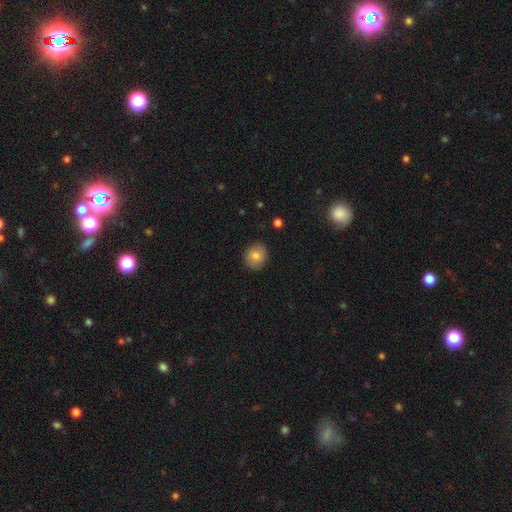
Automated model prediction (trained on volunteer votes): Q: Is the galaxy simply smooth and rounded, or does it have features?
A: smooth — 81%.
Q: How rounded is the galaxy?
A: round — 77%.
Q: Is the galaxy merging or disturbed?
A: none — 88%.